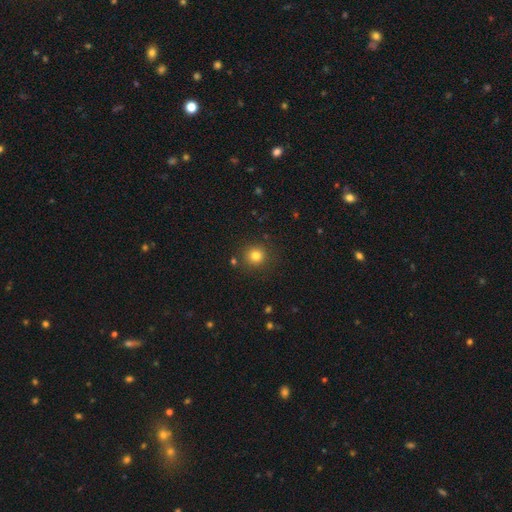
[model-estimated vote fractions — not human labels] smooth 80%, star or artifact 13%, featured or disk 7%. Down the decision tree: how rounded — round (92%); merging — none (86%).